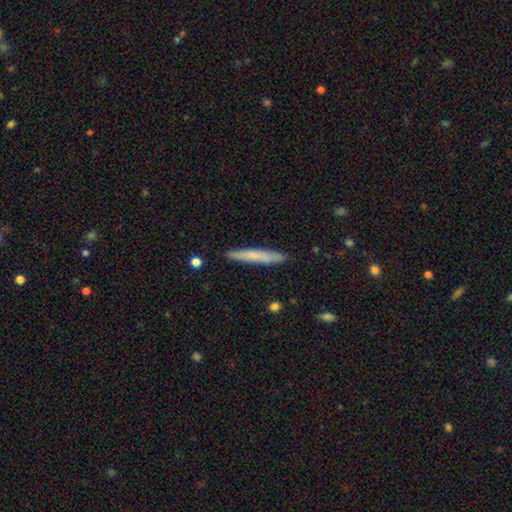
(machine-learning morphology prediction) This is likely a smooth galaxy (66%). How rounded: clearly cigar-shaped (95%). Merging: clearly none (89%).